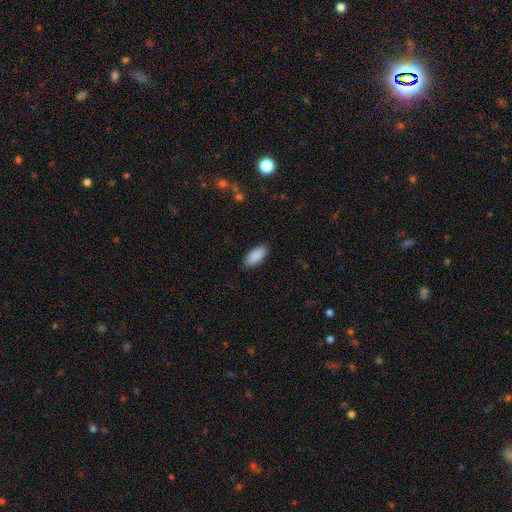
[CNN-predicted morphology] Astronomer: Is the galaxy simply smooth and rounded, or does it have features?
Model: smooth — 90%.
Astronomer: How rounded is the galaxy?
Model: in between — 89%.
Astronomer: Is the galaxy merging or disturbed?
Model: none — 88%.